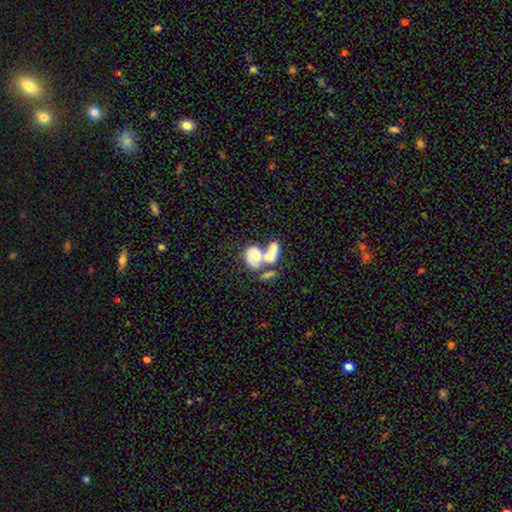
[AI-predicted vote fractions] Smooth or featured? smooth (52%)
How rounded? in between (69%)
Merging? merger (69%)